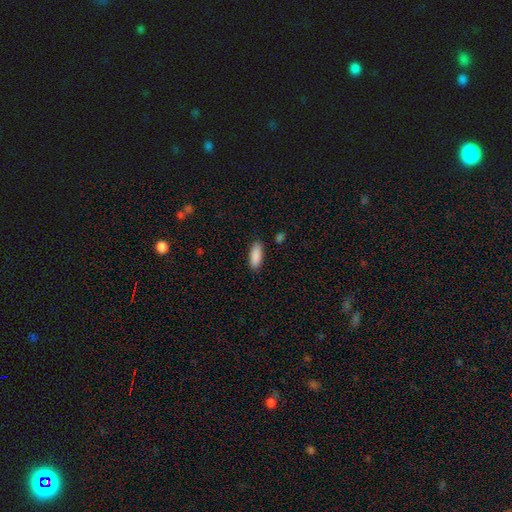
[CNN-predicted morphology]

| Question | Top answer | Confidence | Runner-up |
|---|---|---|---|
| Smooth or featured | smooth | 89% | star or artifact (6%) |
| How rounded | in between | 71% | cigar-shaped (27%) |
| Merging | none | 87% | minor disturbance (9%) |